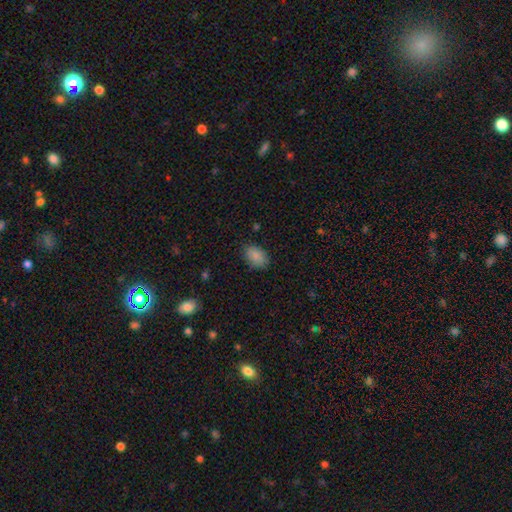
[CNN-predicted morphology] A smooth galaxy with no disk features (87%) that is in between round and cigar-shaped (85%).

Vote fractions:
- Smooth or featured? smooth: 87% / star or artifact: 8% / featured or disk: 5%
- How rounded? in between: 85% / round: 14% / cigar-shaped: 1%
- Merging? none: 83% / minor disturbance: 13% / major disturbance: 3% / merger: 1%